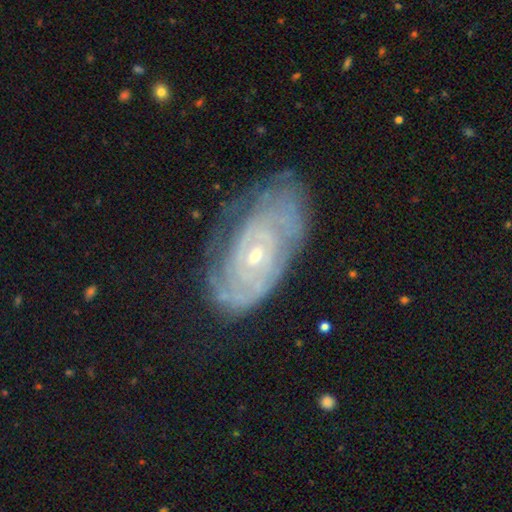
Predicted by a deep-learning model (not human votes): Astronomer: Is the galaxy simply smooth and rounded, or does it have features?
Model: featured or disk — 82%.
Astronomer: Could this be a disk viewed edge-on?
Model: no — 94%.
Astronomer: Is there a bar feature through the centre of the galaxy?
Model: no — 71%.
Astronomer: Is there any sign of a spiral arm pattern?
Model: yes — 90%.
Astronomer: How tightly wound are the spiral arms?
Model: tight — 79%.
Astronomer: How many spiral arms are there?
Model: can't tell — 50%.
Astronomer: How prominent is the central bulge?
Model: small — 67%.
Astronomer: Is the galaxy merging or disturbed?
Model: none — 67%.